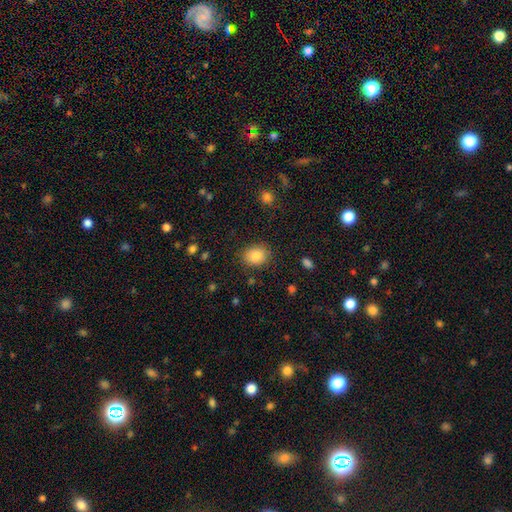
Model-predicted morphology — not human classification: Q: Smooth or featured?
A: smooth (86%); runner-up: star or artifact (9%)
Q: How rounded?
A: round (51%); runner-up: in between (48%)
Q: Merging?
A: none (86%); runner-up: minor disturbance (10%)